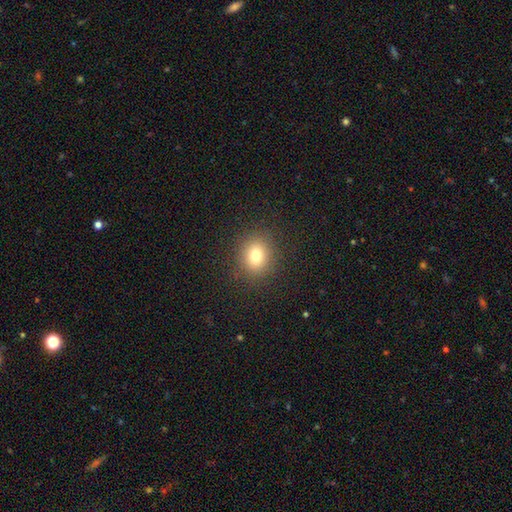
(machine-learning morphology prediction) The model was most divided on "how rounded": round: 68%, in between: 31%, cigar-shaped: 1%. More confident: merging — none (88%); smooth or featured — smooth (79%).